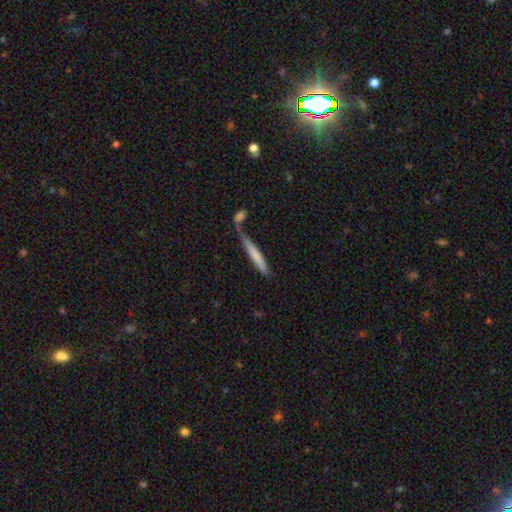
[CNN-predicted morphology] Overall: smooth (67%). How rounded: cigar-shaped (93%). Merging: none (54%; merger 25%).